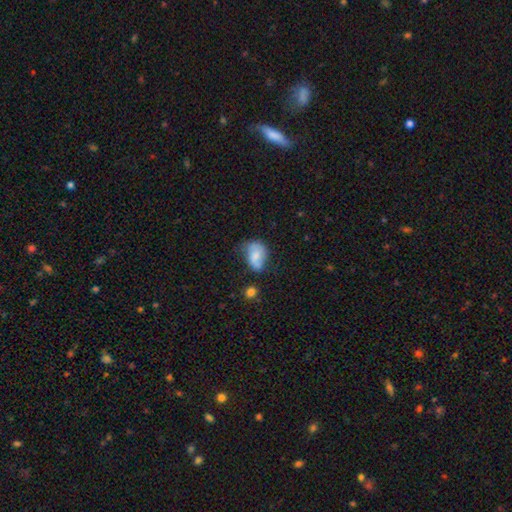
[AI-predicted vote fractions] smooth-or-featured: smooth: 60% | featured or disk: 32% | star or artifact: 9%
  how-rounded: in between: 75% | round: 24% | cigar-shaped: 1%
  merging: none: 39% | minor disturbance: 36% | major disturbance: 19% | merger: 7%